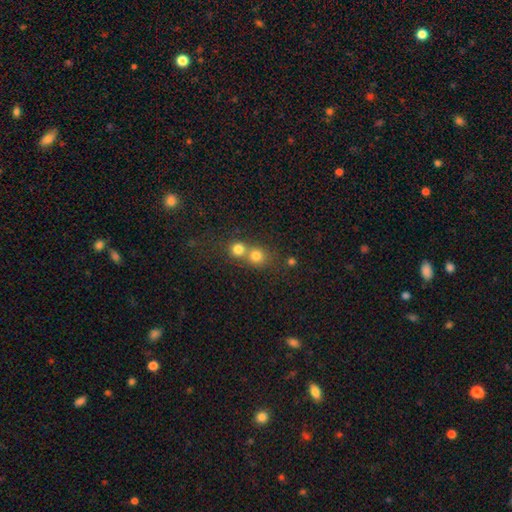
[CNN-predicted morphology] Q: Smooth or featured?
A: smooth (76%); runner-up: star or artifact (15%)
Q: How rounded?
A: round (86%); runner-up: in between (13%)
Q: Merging?
A: merger (48%); runner-up: none (44%)